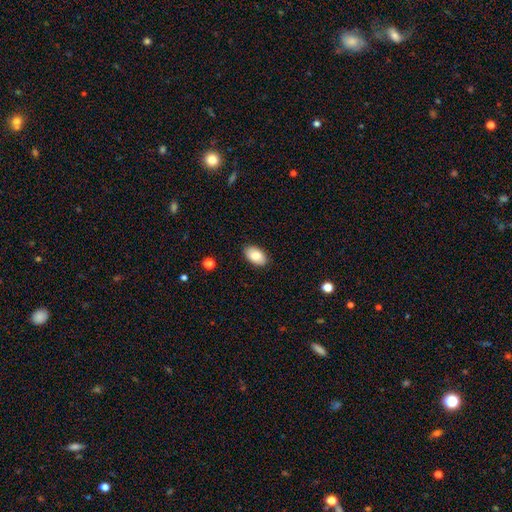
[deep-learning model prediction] smooth 82%, featured or disk 11%, star or artifact 7%. Down the decision tree: how rounded — in between (94%); merging — none (88%).